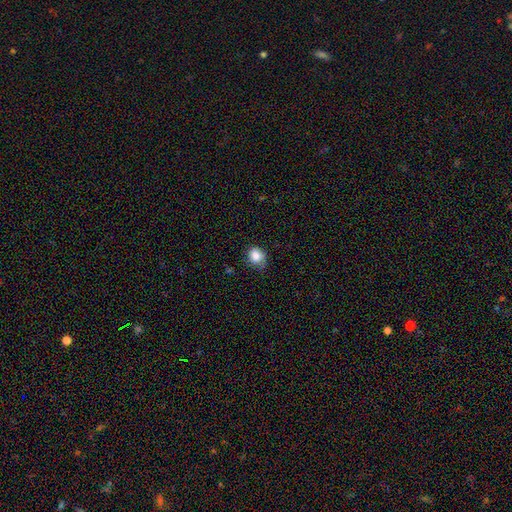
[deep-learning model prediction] Overall: smooth (83%). How rounded: round (72%). Merging: none (62%; minor disturbance 29%).